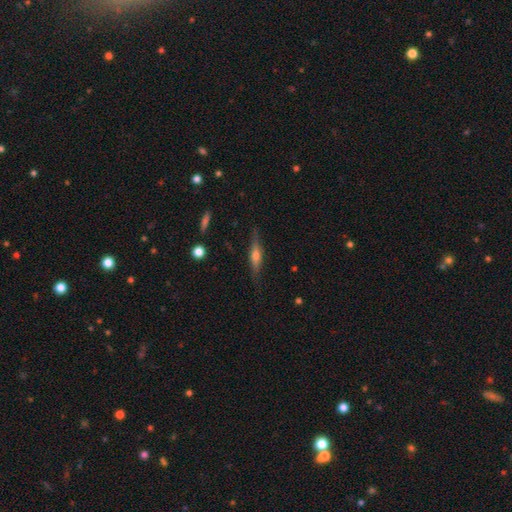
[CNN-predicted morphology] Overall: featured or disk (56%; smooth 37%). Edge-on disk: yes (93%). Edge-on bulge: rounded (82%). Merging: none (82%).